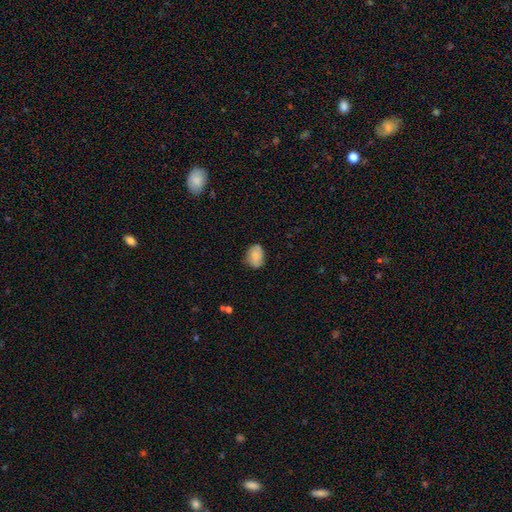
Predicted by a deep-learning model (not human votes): A smooth galaxy with no disk features (76%) that is in between round and cigar-shaped (71%).

Vote fractions:
- Smooth or featured? smooth: 76% / featured or disk: 16% / star or artifact: 8%
- How rounded? in between: 71% / round: 28% / cigar-shaped: 1%
- Merging? none: 71% / minor disturbance: 23% / major disturbance: 5% / merger: 1%